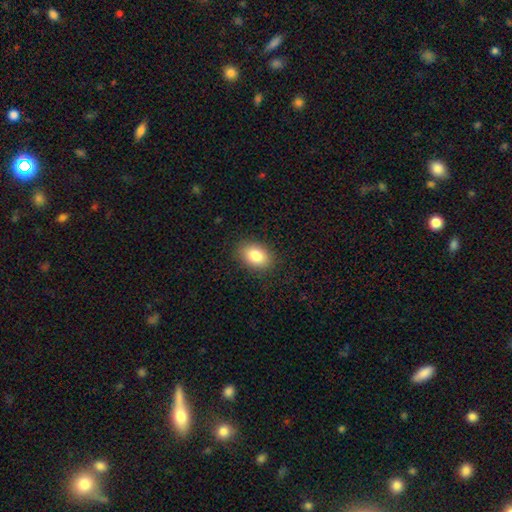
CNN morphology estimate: Smooth or featured?
  - smooth: 84% *
  - featured or disk: 8%
  - star or artifact: 8%
How rounded?
  - in between: 83% *
  - round: 16%
  - cigar-shaped: 1%
Merging?
  - none: 88% *
  - minor disturbance: 9%
  - major disturbance: 3%
  - merger: 1%